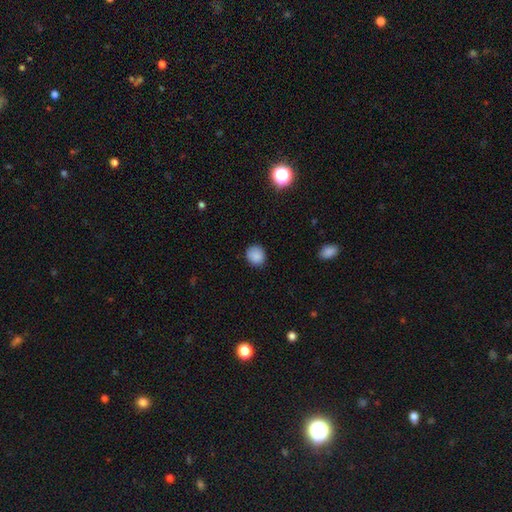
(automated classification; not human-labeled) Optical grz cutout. It shows a smooth galaxy with no disk features (87%) that is round (83%). Merging: none (84%).